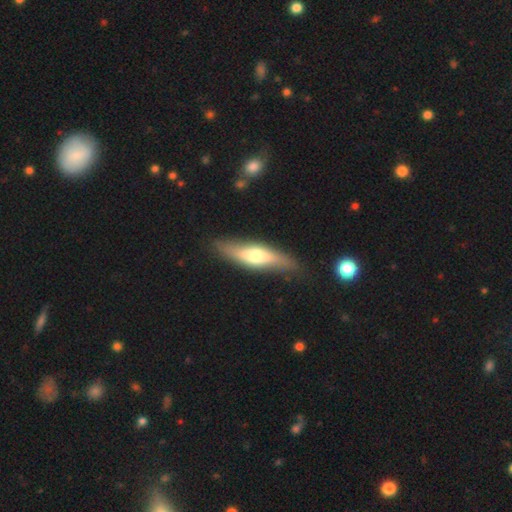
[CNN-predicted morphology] Smooth or featured: featured or disk — 47% (tied with smooth — 47%)
Merging: none — 82% (minor disturbance — 13%)